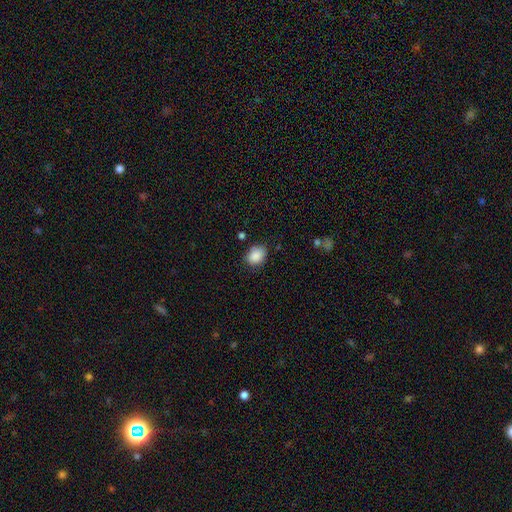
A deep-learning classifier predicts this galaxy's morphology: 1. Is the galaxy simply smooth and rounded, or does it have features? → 88% smooth, 8% star or artifact, 4% featured or disk.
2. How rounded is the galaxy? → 61% in between, 38% round, 1% cigar-shaped.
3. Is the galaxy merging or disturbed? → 76% none, 17% minor disturbance, 4% major disturbance, 3% merger.